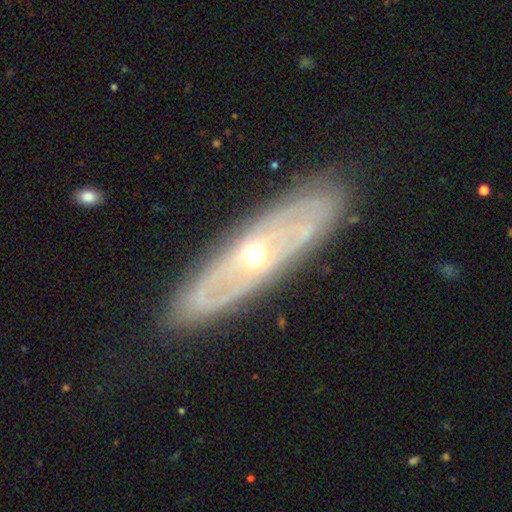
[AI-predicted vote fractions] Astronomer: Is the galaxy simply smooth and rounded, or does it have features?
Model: featured or disk — 78%.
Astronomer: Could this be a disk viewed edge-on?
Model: no — 65%.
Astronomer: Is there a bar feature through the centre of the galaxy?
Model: no — 78%.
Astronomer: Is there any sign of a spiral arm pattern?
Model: no — 56% (runner-up: yes, 44%).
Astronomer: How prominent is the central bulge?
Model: moderate — 71%.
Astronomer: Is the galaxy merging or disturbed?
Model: none — 86%.